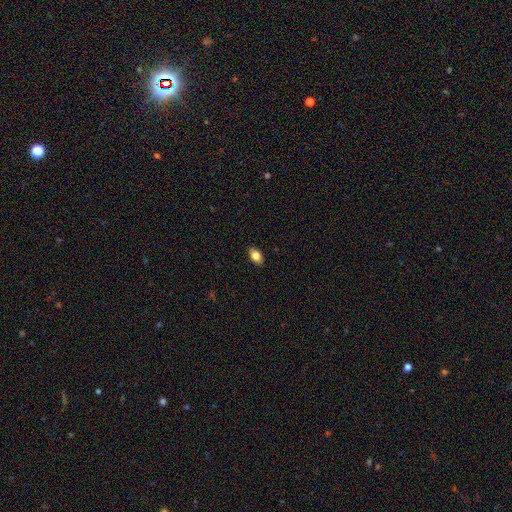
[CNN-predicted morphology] Smooth or featured?
  - smooth: 82% *
  - featured or disk: 10%
  - star or artifact: 8%
How rounded?
  - in between: 87% *
  - round: 10%
  - cigar-shaped: 3%
Merging?
  - none: 88% *
  - minor disturbance: 9%
  - major disturbance: 2%
  - merger: 1%